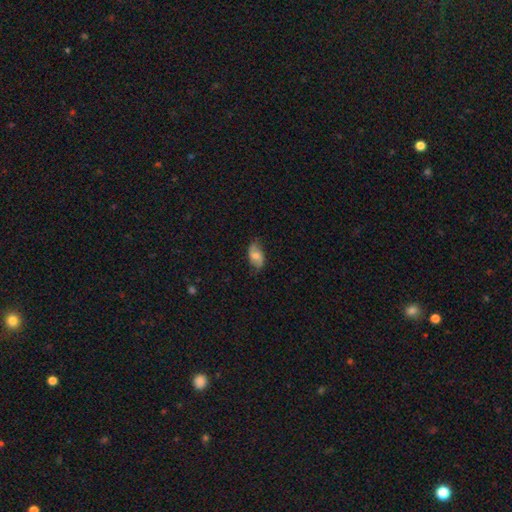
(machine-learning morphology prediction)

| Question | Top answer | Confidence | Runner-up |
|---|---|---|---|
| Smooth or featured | smooth | 48% | featured or disk (45%) |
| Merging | none | 73% | minor disturbance (21%) |